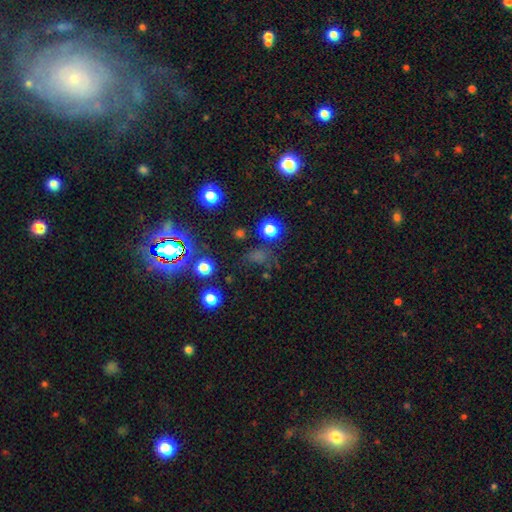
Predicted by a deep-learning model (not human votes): A star or artifact, not a galaxy (51%).